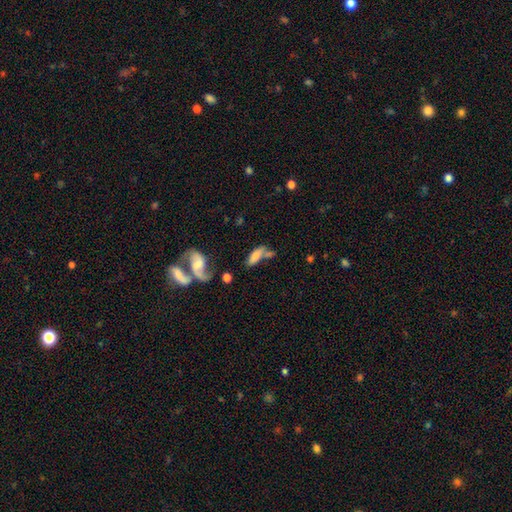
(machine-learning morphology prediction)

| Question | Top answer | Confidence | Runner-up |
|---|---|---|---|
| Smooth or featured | smooth | 63% | featured or disk (28%) |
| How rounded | in between | 75% | cigar-shaped (22%) |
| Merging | merger | 33% | tied: none (33%) |